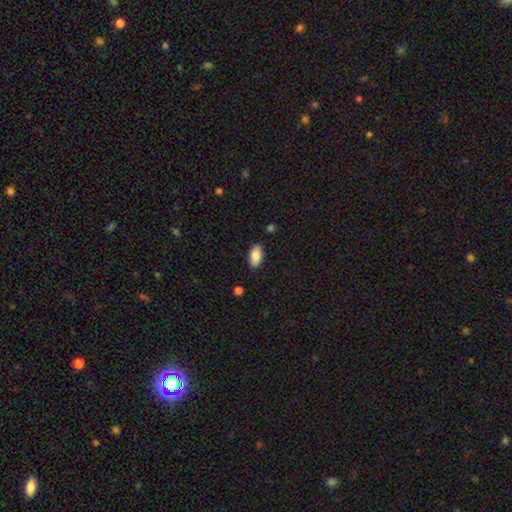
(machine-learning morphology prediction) A smooth galaxy with no disk features (87%) that is in between round and cigar-shaped (93%). Merging: none (86%).